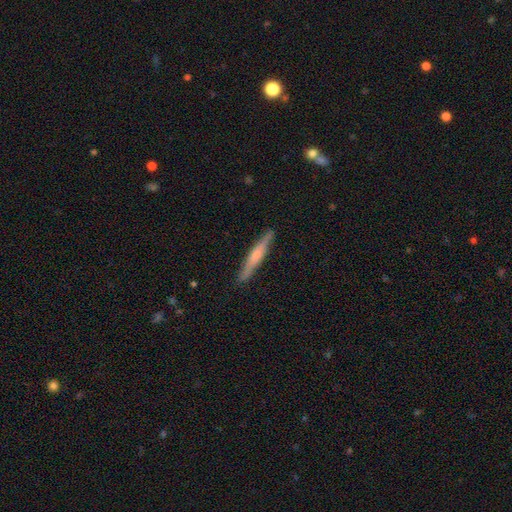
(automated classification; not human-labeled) Morphology: type=smooth (50%); merging=none (88%).